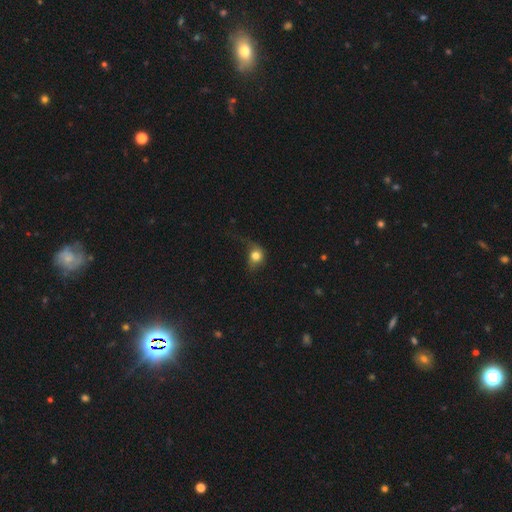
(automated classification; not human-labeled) The model was most divided on "merging" (2-way tie): none: 34%, major disturbance: 34%, minor disturbance: 29%, merger: 3%. More confident: smooth or featured — smooth (74%); how rounded — round (65%).